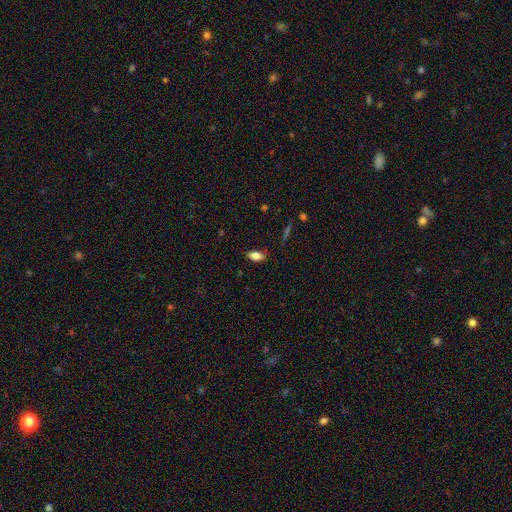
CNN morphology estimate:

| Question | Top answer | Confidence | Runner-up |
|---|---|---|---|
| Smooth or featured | smooth | 80% | featured or disk (12%) |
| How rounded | in between | 87% | cigar-shaped (9%) |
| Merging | none | 82% | minor disturbance (13%) |